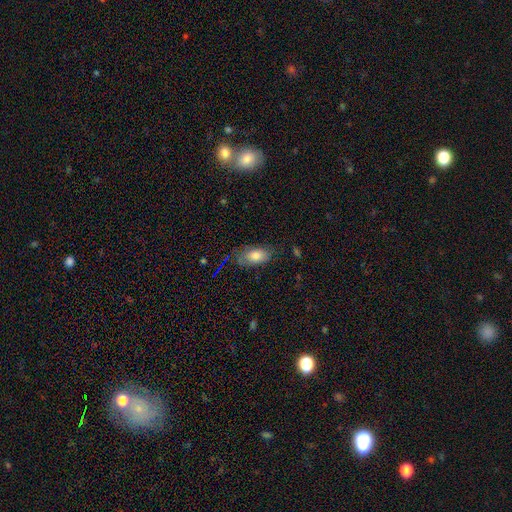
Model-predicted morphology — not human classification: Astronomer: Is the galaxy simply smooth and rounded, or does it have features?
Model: smooth — 77%.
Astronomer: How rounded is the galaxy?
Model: in between — 91%.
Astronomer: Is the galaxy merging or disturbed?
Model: none — 67%.